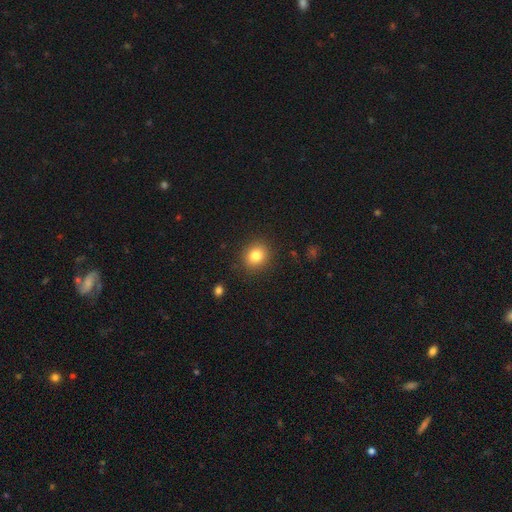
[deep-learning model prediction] smooth 82%, star or artifact 11%, featured or disk 7%. Down the decision tree: how rounded — round (72%); merging — none (88%).